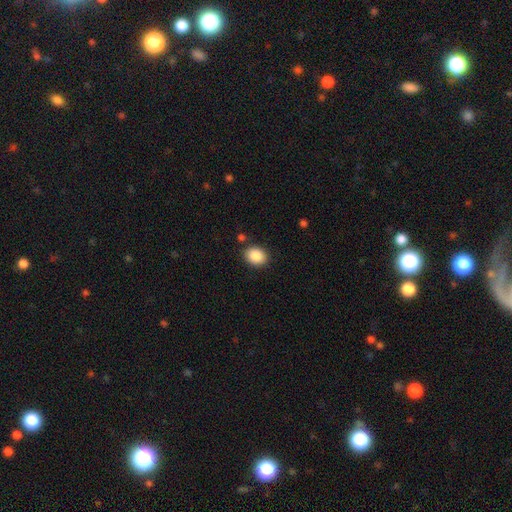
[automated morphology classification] Smooth or featured: smooth — 88% (star or artifact — 8%)
How rounded: in between — 63% (round — 36%)
Merging: none — 85% (minor disturbance — 9%)